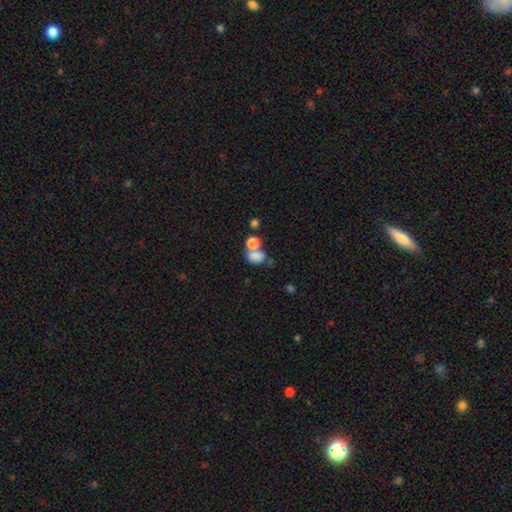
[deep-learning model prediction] Morphology: type=smooth (77%); roundness=in between (72%); merging=merger (48%).